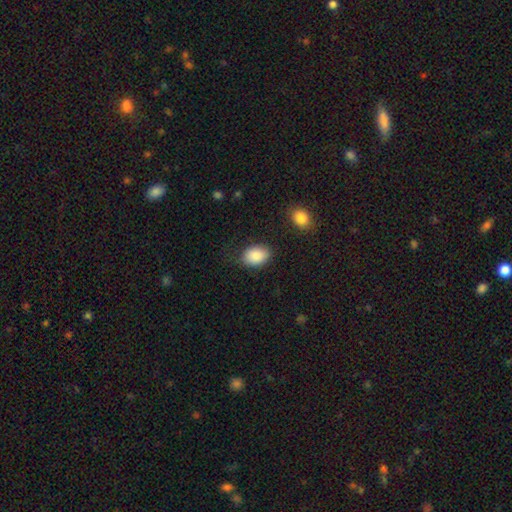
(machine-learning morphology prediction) A smooth galaxy with no disk features (88%) that is in between round and cigar-shaped (82%).

Vote fractions:
- Smooth or featured? smooth: 88% / star or artifact: 7% / featured or disk: 6%
- How rounded? in between: 82% / round: 17% / cigar-shaped: 1%
- Merging? none: 79% / minor disturbance: 15% / major disturbance: 4% / merger: 2%